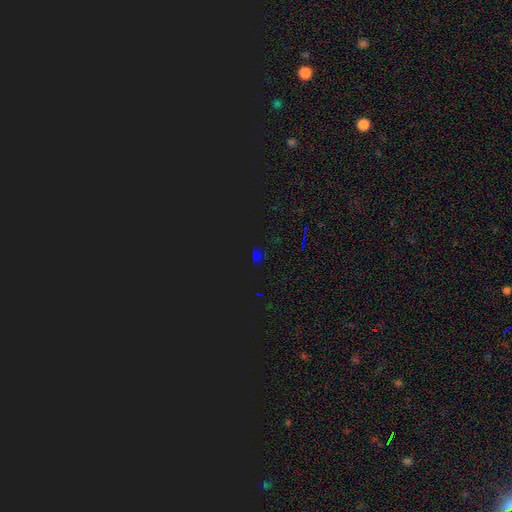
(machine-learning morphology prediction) Q: Smooth or featured?
A: star or artifact (70%); runner-up: smooth (24%)